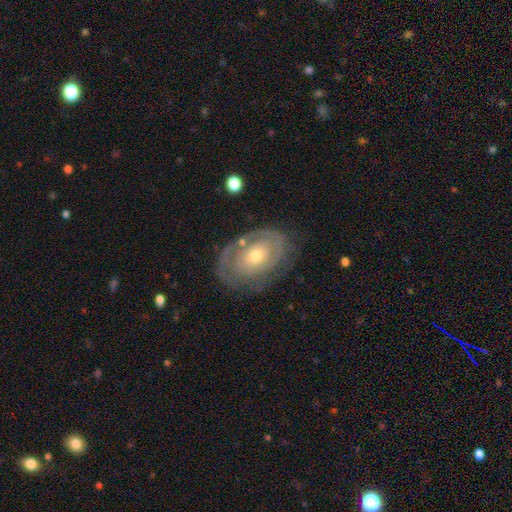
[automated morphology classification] This is likely a featured or disk galaxy (70%). It is clearly not viewed edge-on (94%). Bar: clearly no (84%). Spiral arm pattern: likely yes (62%). Central bulge: possibly moderate (48%). Merging: likely none (69%).